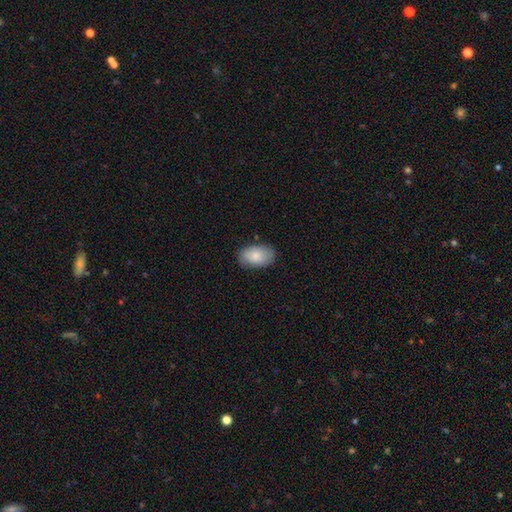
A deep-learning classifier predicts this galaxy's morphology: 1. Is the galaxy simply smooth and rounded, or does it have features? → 82% smooth, 12% featured or disk, 6% star or artifact.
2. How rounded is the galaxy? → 93% in between, 6% round, 1% cigar-shaped.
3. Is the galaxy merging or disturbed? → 79% none, 16% minor disturbance, 3% major disturbance, 1% merger.